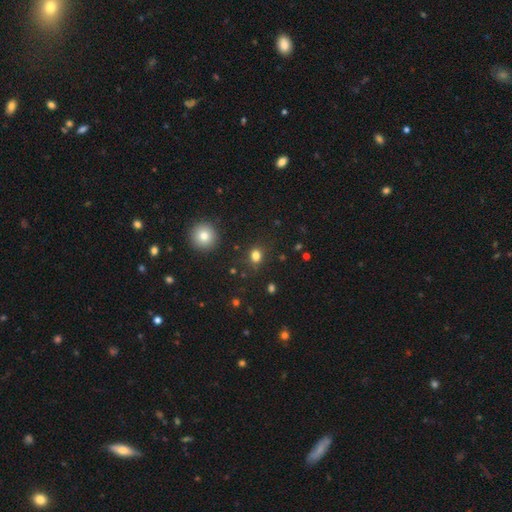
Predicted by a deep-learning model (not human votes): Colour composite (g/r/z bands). It shows a smooth galaxy with no disk features (80%) that is round (63%). Merging: none (84%).